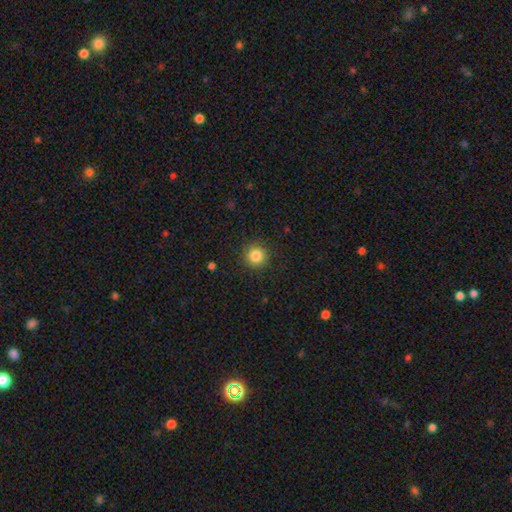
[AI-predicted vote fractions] Smooth or featured? smooth (83%)
How rounded? round (94%)
Merging? none (91%)